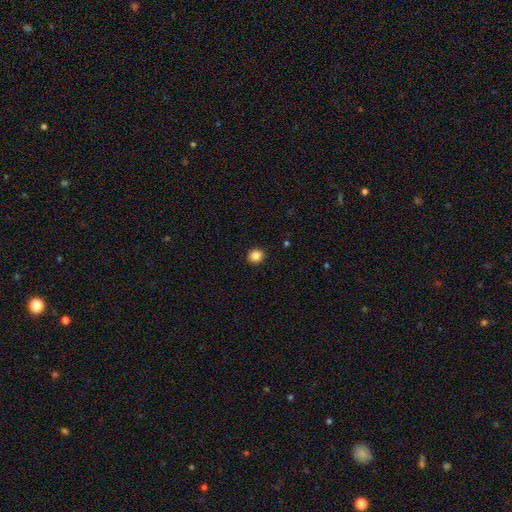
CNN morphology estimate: Smooth or featured: smooth — 86% (star or artifact — 10%)
How rounded: round — 77% (in between — 22%)
Merging: none — 92% (minor disturbance — 5%)